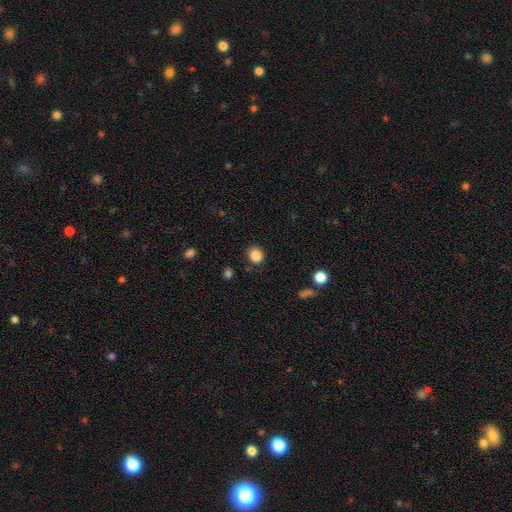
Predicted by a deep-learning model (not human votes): A smooth galaxy with no disk features (86%) that is round (72%). Merging: none (84%).